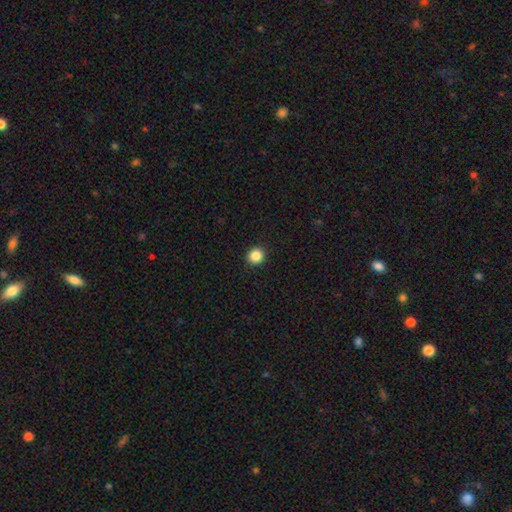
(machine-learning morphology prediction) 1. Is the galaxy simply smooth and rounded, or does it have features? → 86% smooth, 11% star or artifact, 3% featured or disk.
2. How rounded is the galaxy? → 91% round, 8% in between, 1% cigar-shaped.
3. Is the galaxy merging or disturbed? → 93% none, 5% minor disturbance, 2% major disturbance, 1% merger.